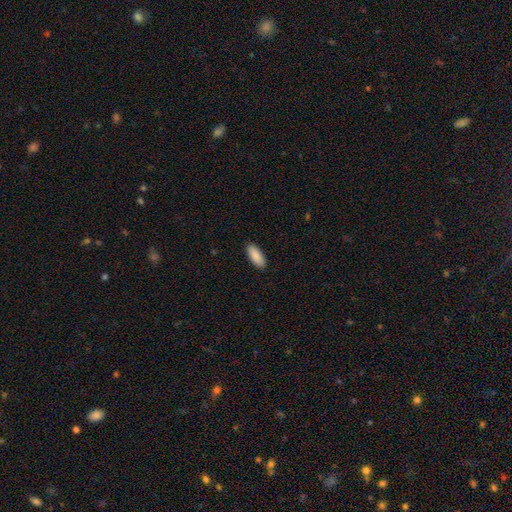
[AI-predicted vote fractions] Smooth or featured? smooth (90%)
How rounded? in between (80%)
Merging? none (90%)